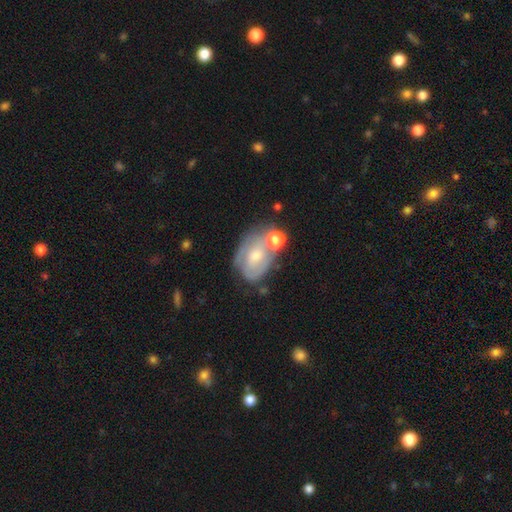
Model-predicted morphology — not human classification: Smooth or featured? featured or disk (60%)
Edge-on disk? no (95%)
Bar? no (65%)
Spiral arms? yes (66%)
Bulge size? moderate (47%)
Merging? none (42%)